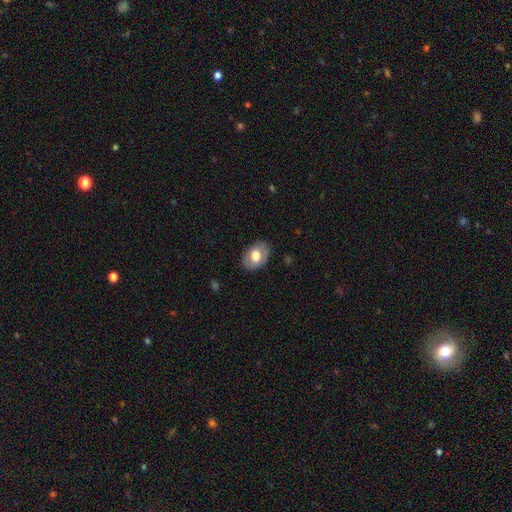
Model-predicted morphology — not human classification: type=smooth (64%); roundness=in between (81%); merging=none (82%).